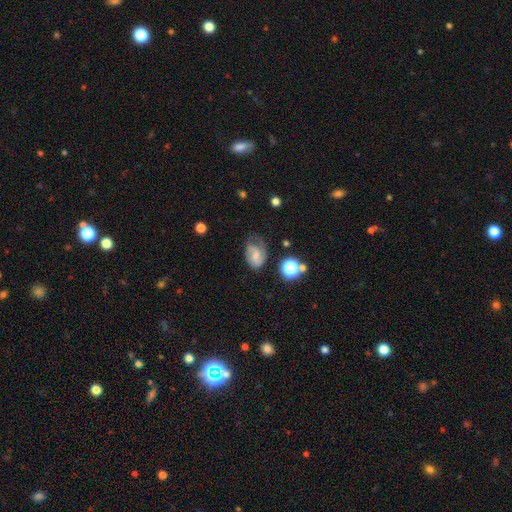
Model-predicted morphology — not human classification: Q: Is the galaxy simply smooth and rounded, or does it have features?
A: featured or disk — 57%.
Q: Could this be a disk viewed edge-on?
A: no — 97%.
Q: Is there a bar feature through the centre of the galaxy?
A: no — 47%.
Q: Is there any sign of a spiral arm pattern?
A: yes — 86%.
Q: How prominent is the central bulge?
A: small — 41%.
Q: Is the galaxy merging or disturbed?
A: none — 44%.